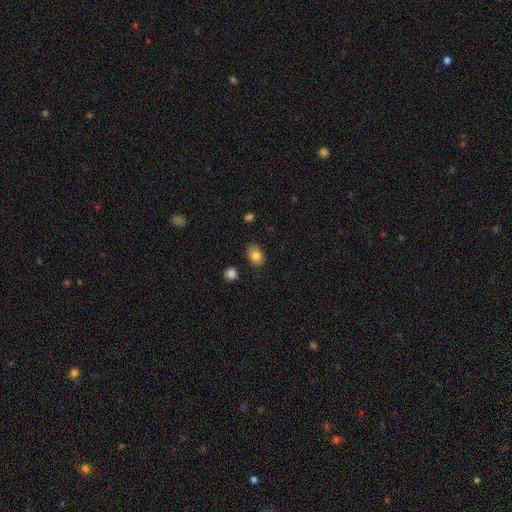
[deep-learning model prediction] This appears to be a smooth galaxy with no disk features (82%) that is in between round and cigar-shaped (69%). Merging: none (83%).